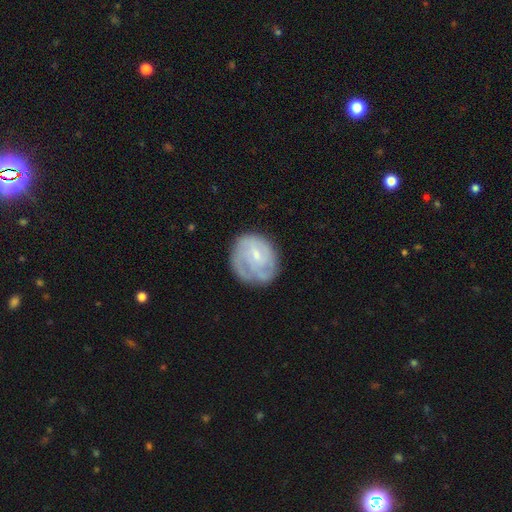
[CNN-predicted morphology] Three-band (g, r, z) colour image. It shows a featured or disk galaxy (66%) with no bar (53%), tight (57%) spiral arms (82%) and a small central bulge (68%). Merging: none (66%).